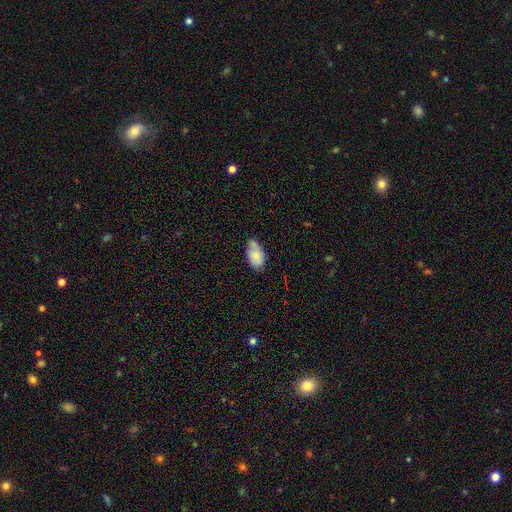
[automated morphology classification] Smooth or featured: smooth — 79% (featured or disk — 13%)
How rounded: in between — 94% (round — 4%)
Merging: none — 56% (minor disturbance — 33%)